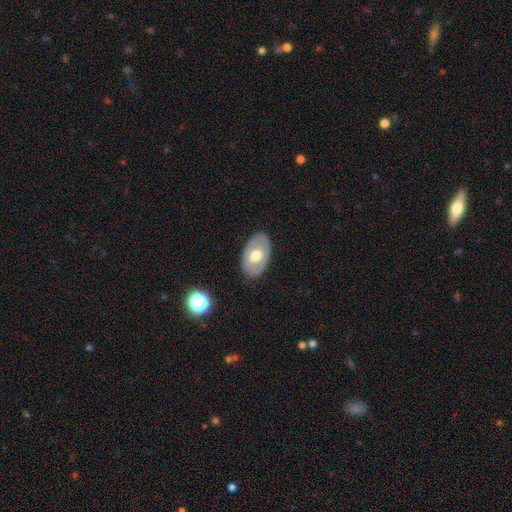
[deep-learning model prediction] A smooth galaxy with no disk features (52%) that is in between round and cigar-shaped (90%).

Vote fractions:
- Smooth or featured? smooth: 52% / featured or disk: 43% / star or artifact: 6%
- How rounded? in between: 90% / round: 9% / cigar-shaped: 1%
- Merging? none: 84% / minor disturbance: 11% / major disturbance: 3% / merger: 1%